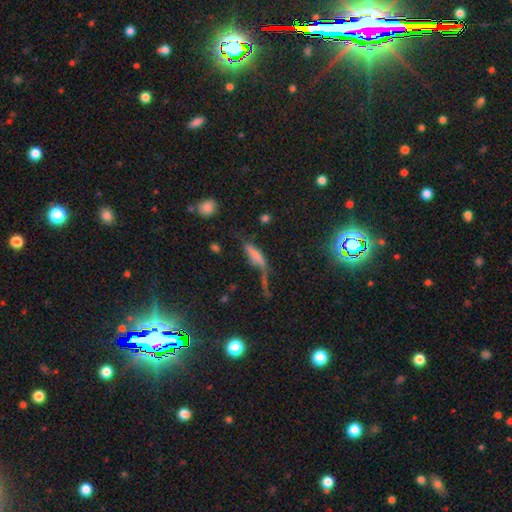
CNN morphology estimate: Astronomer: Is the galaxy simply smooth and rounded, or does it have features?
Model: smooth — 60%.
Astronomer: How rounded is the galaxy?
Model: cigar-shaped — 67%.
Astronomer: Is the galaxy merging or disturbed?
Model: none — 35% (runner-up: major disturbance, 25%).